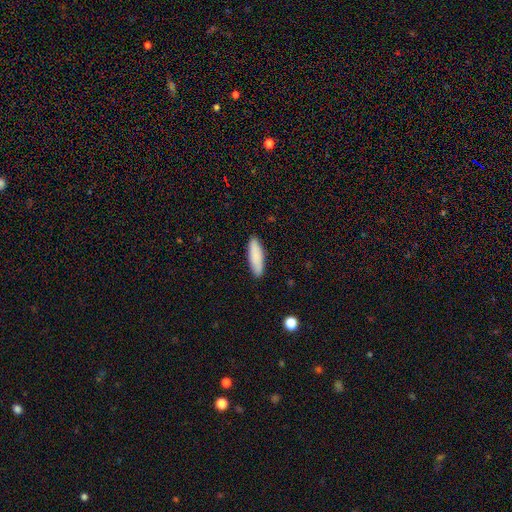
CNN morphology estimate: Q: Smooth or featured?
A: smooth (86%); runner-up: featured or disk (8%)
Q: How rounded?
A: cigar-shaped (57%); runner-up: in between (41%)
Q: Merging?
A: none (89%); runner-up: minor disturbance (8%)